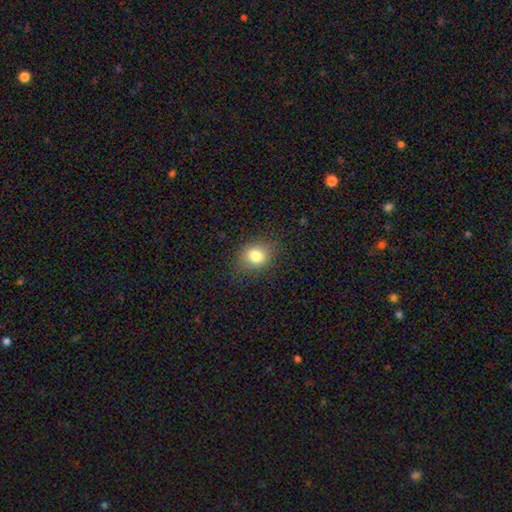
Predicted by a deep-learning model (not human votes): smooth_or_featured: smooth (p=0.79) [alt: star or artifact p=0.12]
how_rounded: round (p=0.60) [alt: in between p=0.39]
merging: none (p=0.83) [alt: minor disturbance p=0.12]